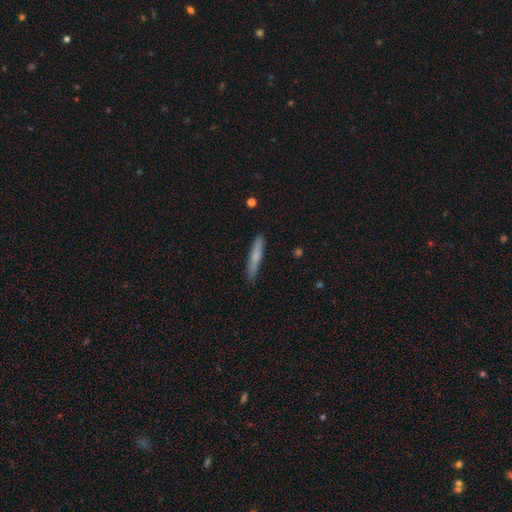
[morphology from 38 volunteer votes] This appears to be a smooth galaxy with no disk features (79%) that is cigar-shaped (90%). Merging: none (84%).